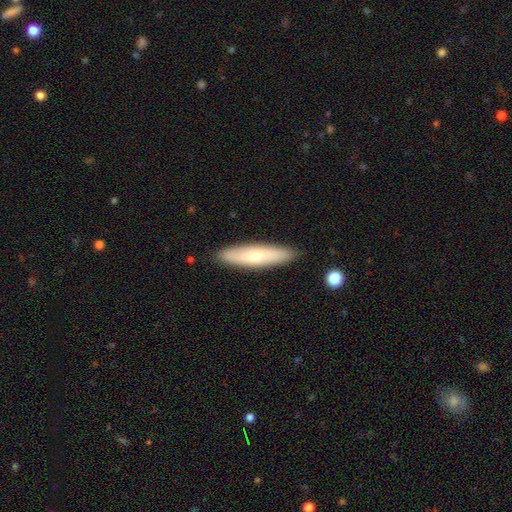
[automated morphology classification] The model was most divided on "smooth or featured": smooth: 64%, featured or disk: 30%, star or artifact: 6%. More confident: merging — none (89%); how rounded — cigar-shaped (79%).